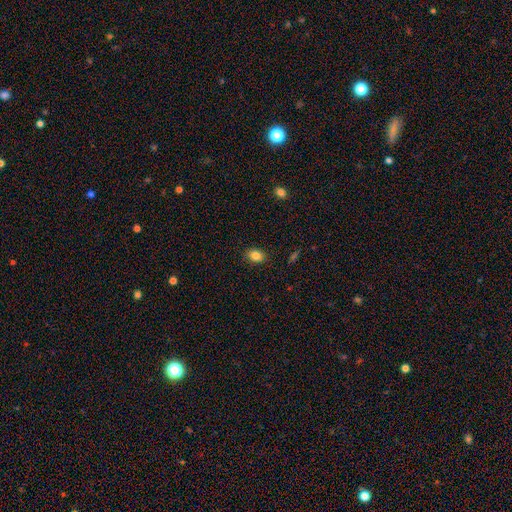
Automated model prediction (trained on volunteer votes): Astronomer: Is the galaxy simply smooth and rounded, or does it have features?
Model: smooth — 84%.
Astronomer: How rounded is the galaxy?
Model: in between — 71%.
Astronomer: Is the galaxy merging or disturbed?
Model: none — 86%.